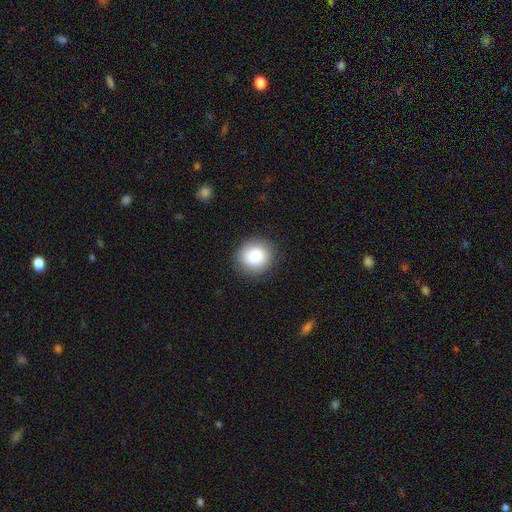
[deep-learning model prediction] smooth-or-featured: smooth: 85% | star or artifact: 8% | featured or disk: 6%
  how-rounded: round: 88% | in between: 11% | cigar-shaped: 1%
  merging: none: 88% | minor disturbance: 8% | major disturbance: 3% | merger: 1%